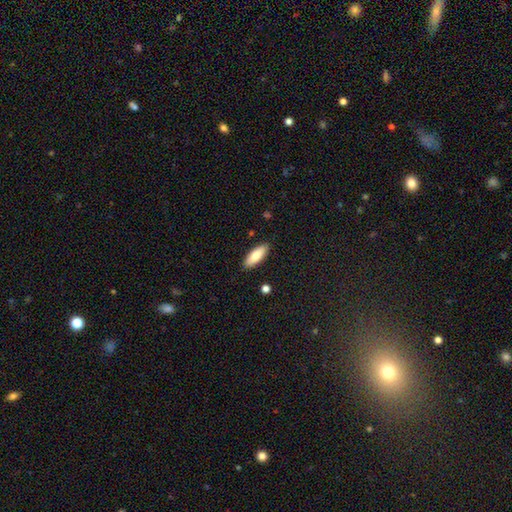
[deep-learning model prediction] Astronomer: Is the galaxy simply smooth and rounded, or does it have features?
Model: smooth — 78%.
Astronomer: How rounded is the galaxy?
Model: in between — 71%.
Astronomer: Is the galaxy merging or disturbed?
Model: none — 88%.